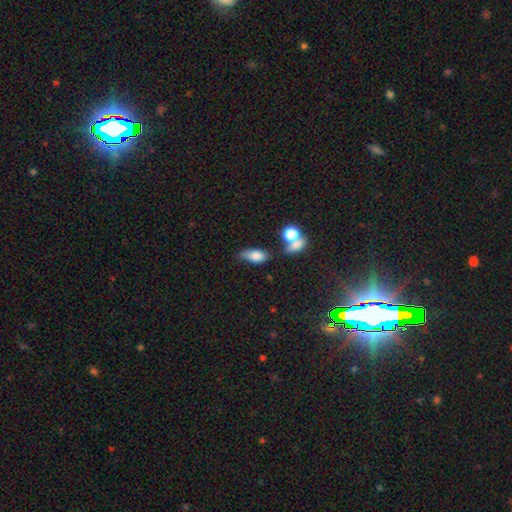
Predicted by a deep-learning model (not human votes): The model was most divided on "merging": none: 49%, minor disturbance: 25%, merger: 16%, major disturbance: 10%. More confident: how rounded — in between (82%); smooth or featured — smooth (76%).